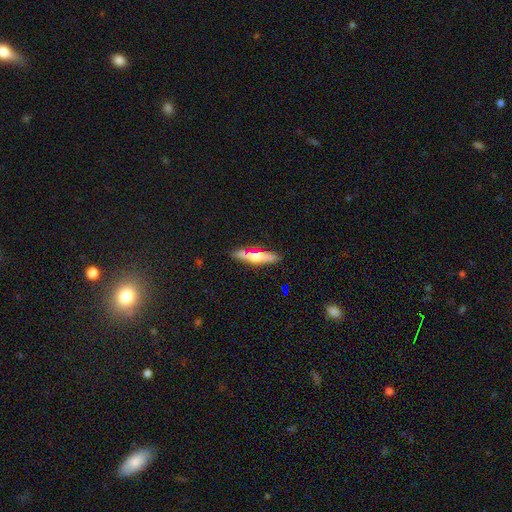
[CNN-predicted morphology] Q: Smooth or featured?
A: smooth (53%); runner-up: featured or disk (40%)
Q: How rounded?
A: cigar-shaped (81%); runner-up: in between (16%)
Q: Merging?
A: none (82%); runner-up: minor disturbance (12%)